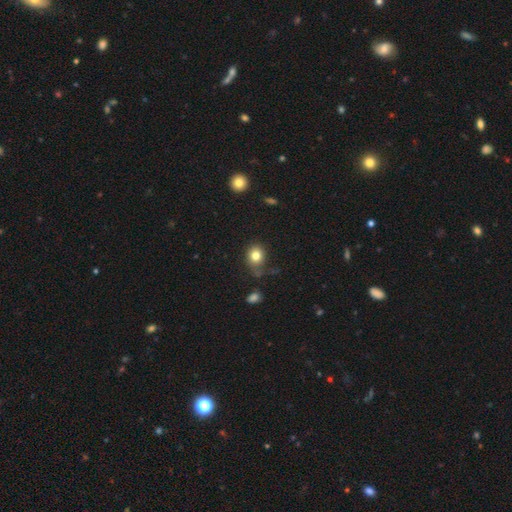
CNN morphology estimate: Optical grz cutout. It shows a smooth galaxy with no disk features (80%) that is round (61%). Merging: none (63%).